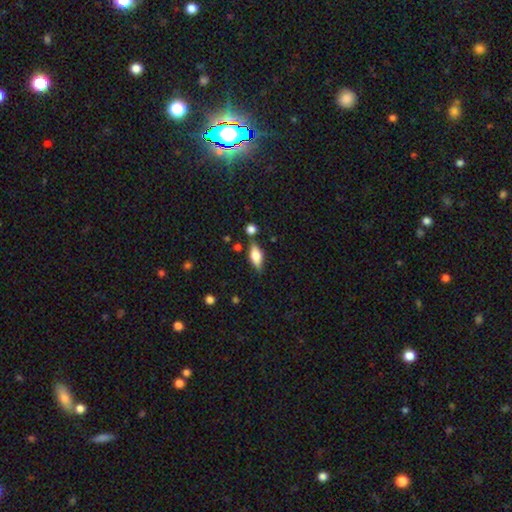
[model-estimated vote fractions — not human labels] Morphology: type=smooth (59%); roundness=in between (77%); merging=none (75%).